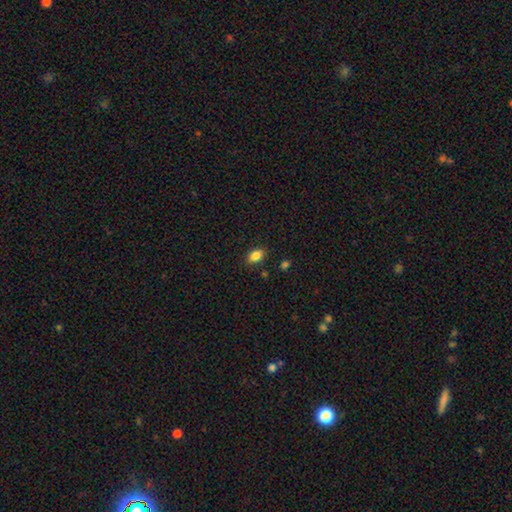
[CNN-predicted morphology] The model was most divided on "how rounded": in between: 83%, round: 15%, cigar-shaped: 2%. More confident: smooth or featured — smooth (86%); merging — none (84%).